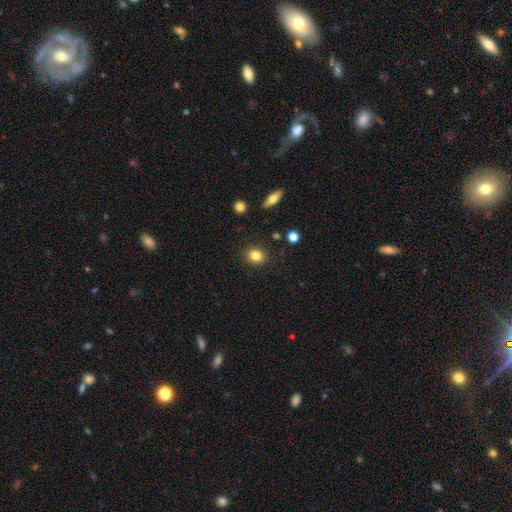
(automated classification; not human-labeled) Smooth or featured: smooth — 83% (star or artifact — 10%)
How rounded: round — 62% (in between — 37%)
Merging: none — 89% (minor disturbance — 8%)